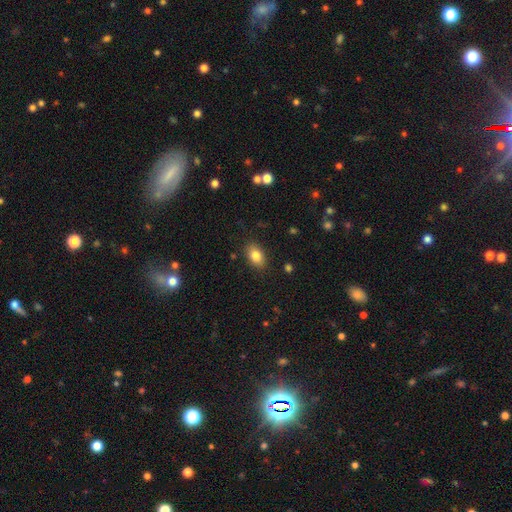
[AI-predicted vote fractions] This is clearly a smooth galaxy (83%). How rounded: clearly in between (86%). Merging: clearly none (86%).